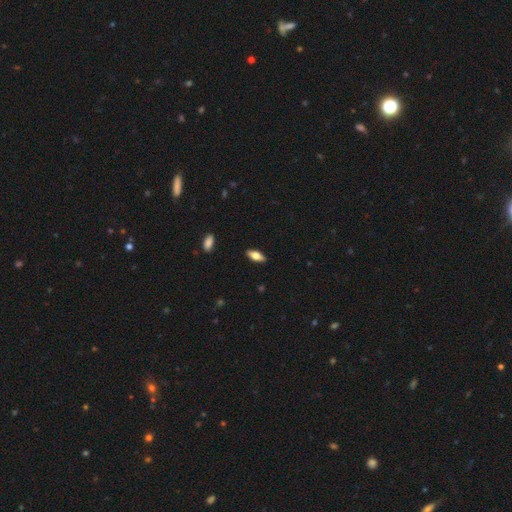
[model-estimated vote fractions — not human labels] Smooth or featured? smooth (64%)
How rounded? in between (75%)
Merging? none (89%)